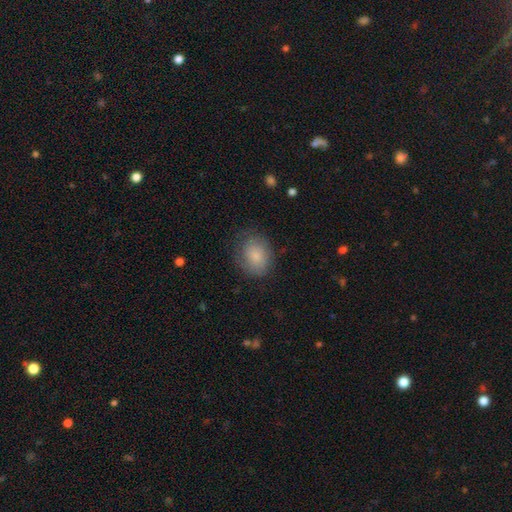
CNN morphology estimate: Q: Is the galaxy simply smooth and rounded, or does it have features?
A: smooth — 76%.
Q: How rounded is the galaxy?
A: in between — 51%.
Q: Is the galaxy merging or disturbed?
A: none — 68%.